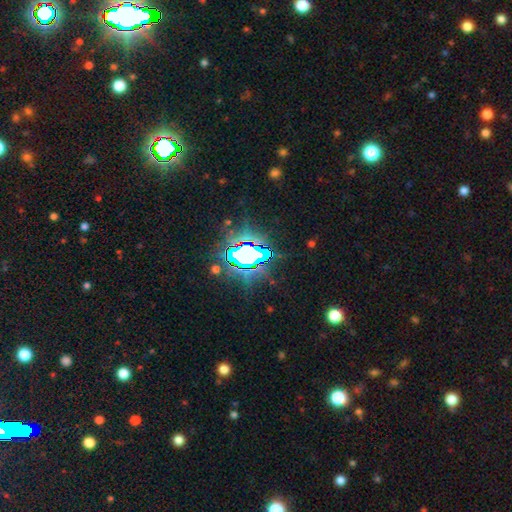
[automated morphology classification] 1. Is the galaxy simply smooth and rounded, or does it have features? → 82% star or artifact, 11% smooth, 7% featured or disk.